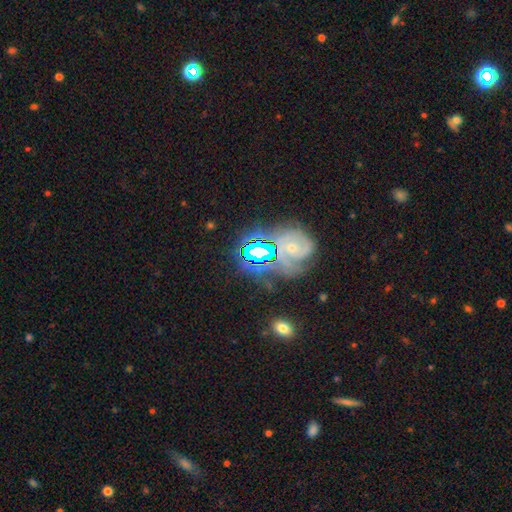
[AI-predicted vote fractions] Overall: star or artifact (51%; featured or disk 33%).